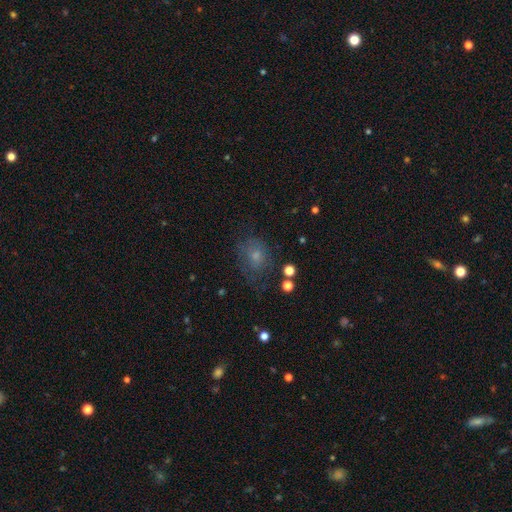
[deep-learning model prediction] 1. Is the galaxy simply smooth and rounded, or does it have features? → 61% smooth, 23% featured or disk, 16% star or artifact.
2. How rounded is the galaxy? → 50% in between, 49% round, 1% cigar-shaped.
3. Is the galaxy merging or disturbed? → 54% none, 24% minor disturbance, 19% major disturbance, 3% merger.